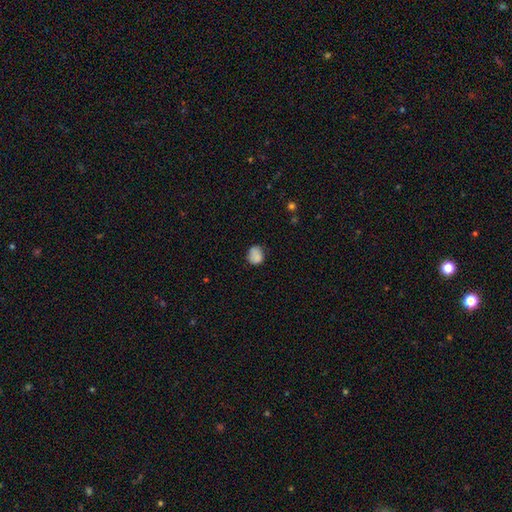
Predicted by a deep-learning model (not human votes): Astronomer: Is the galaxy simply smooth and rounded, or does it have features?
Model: smooth — 82%.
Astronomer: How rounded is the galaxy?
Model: round — 60% (runner-up: in between, 39%).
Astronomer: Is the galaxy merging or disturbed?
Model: none — 61%.